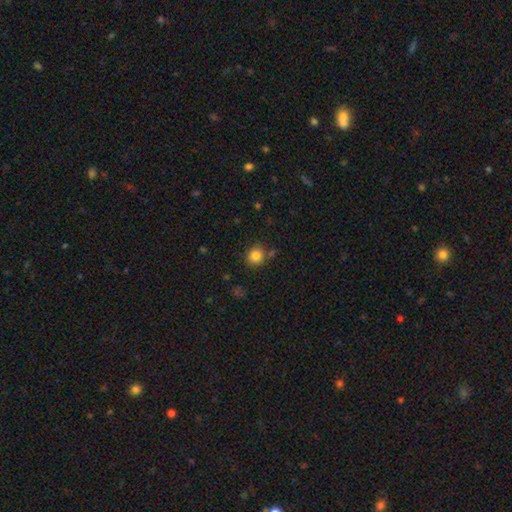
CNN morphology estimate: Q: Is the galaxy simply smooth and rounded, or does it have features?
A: smooth — 82%.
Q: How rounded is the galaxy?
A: round — 82%.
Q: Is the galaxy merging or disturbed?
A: none — 79%.